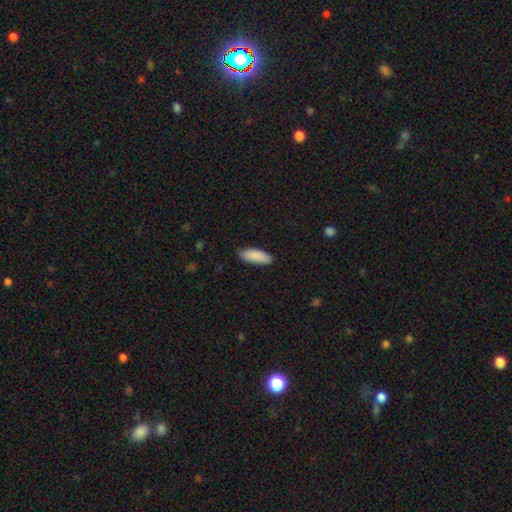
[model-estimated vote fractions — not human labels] This is clearly a smooth galaxy (89%). How rounded: likely in between (75%). Merging: clearly none (82%).